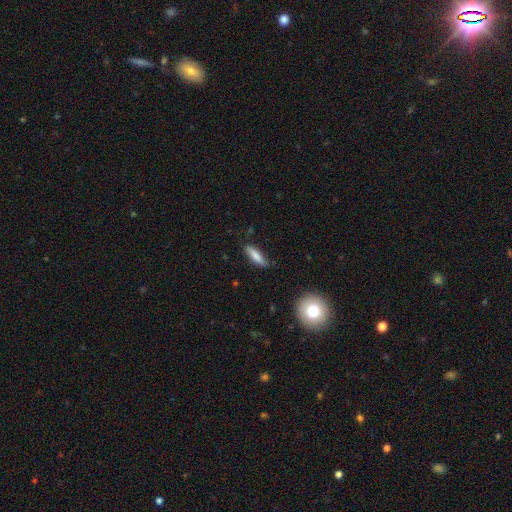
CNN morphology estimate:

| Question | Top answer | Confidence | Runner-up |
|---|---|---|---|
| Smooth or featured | smooth | 80% | featured or disk (13%) |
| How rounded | cigar-shaped | 59% | in between (39%) |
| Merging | none | 76% | minor disturbance (19%) |